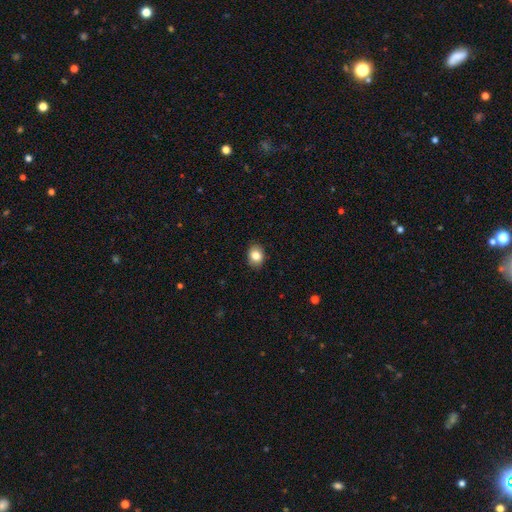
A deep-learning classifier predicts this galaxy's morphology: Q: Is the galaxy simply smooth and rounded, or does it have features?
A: smooth — 84%.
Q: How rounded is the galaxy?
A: in between — 58%.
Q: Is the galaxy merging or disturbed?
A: none — 88%.